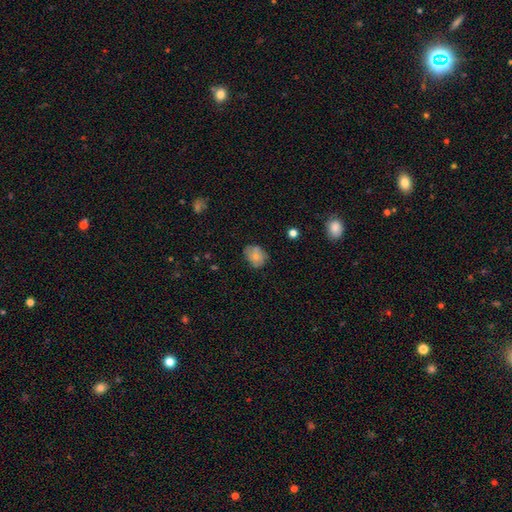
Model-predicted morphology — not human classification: Smooth or featured: smooth — 72% (featured or disk — 18%)
How rounded: in between — 52% (round — 47%)
Merging: none — 62% (minor disturbance — 25%)